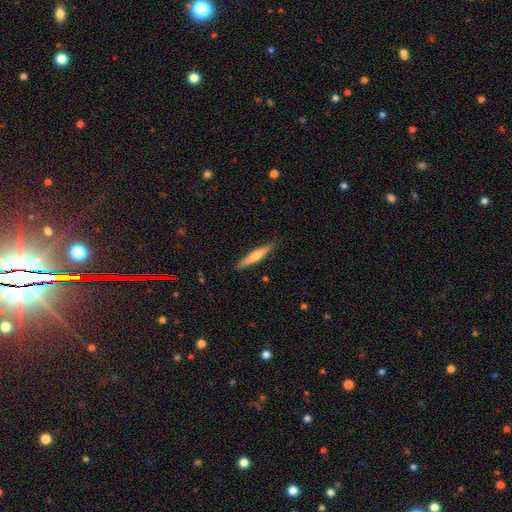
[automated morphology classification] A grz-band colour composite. It shows a smooth galaxy with no disk features (53%) that is cigar-shaped (93%). Merging: none (90%).